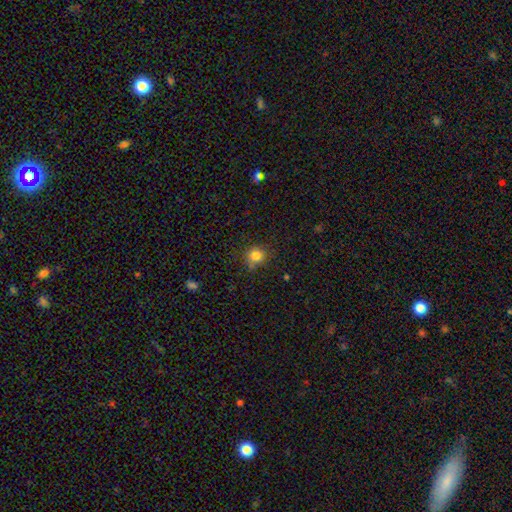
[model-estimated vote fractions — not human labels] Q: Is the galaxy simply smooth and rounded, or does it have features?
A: smooth — 82%.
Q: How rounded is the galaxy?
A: round — 86%.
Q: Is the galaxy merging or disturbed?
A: none — 78%.